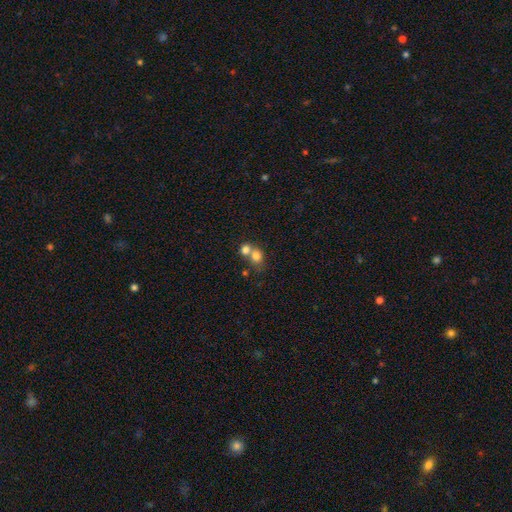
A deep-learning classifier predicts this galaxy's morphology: Smooth or featured? Predicted: smooth (p=0.77). How rounded? Predicted: round (p=0.70). Merging? Predicted: merger (p=0.58).